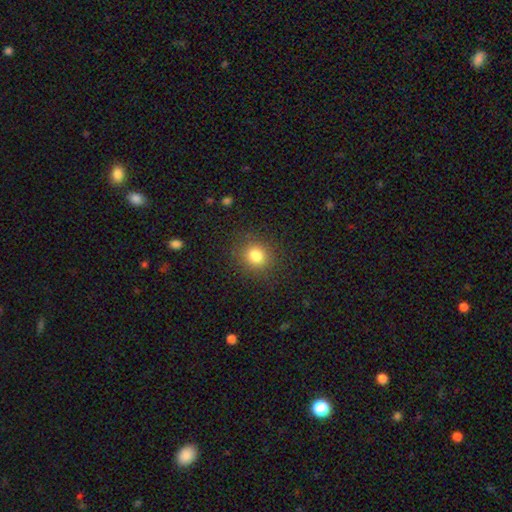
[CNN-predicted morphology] A smooth galaxy with no disk features (81%) that is round (86%).

Vote fractions:
- Smooth or featured? smooth: 81% / star or artifact: 13% / featured or disk: 6%
- How rounded? round: 86% / in between: 13% / cigar-shaped: 1%
- Merging? none: 88% / minor disturbance: 8% / major disturbance: 3% / merger: 1%